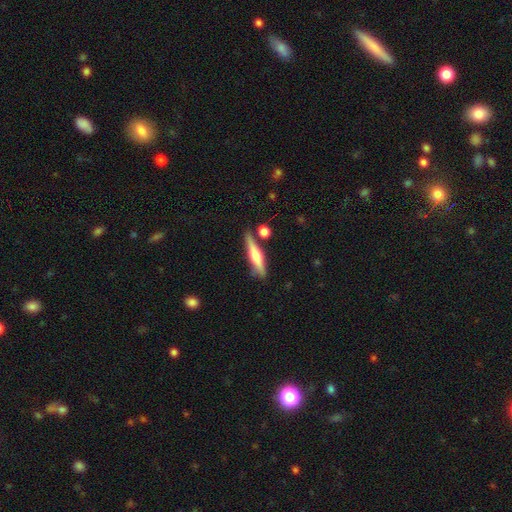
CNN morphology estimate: This is possibly a featured or disk galaxy (53%). It is clearly viewed edge-on (95%). Edge-on bulge: clearly rounded (82%). Merging: likely none (79%).